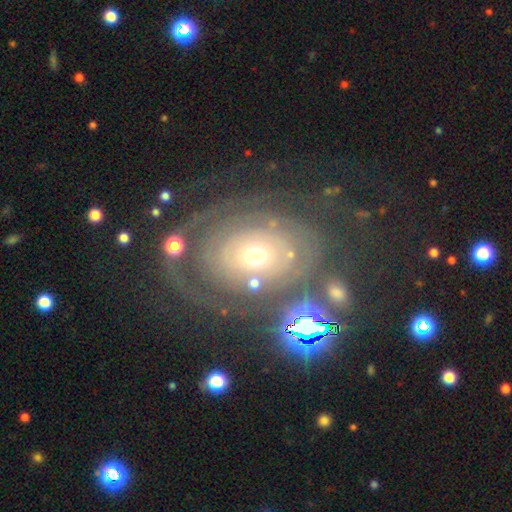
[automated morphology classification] Smooth or featured? Predicted: featured or disk (p=0.75). Edge-on disk? Predicted: no (p=0.96). Bar? Predicted: no (p=0.88). Spiral arms? Predicted: yes (p=0.76). Spiral winding? Predicted: tight (p=0.75). Spiral arm count? Predicted: can't tell (p=0.49). Bulge size? Predicted: moderate (p=0.49). Merging? Predicted: none (p=0.65).